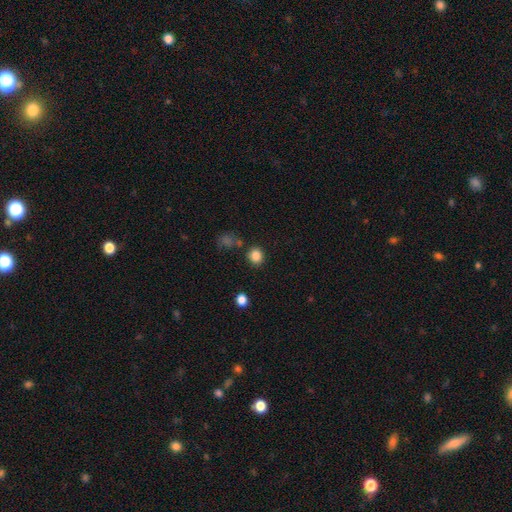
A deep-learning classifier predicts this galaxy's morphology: type=smooth (84%); roundness=round (80%); merging=none (83%).